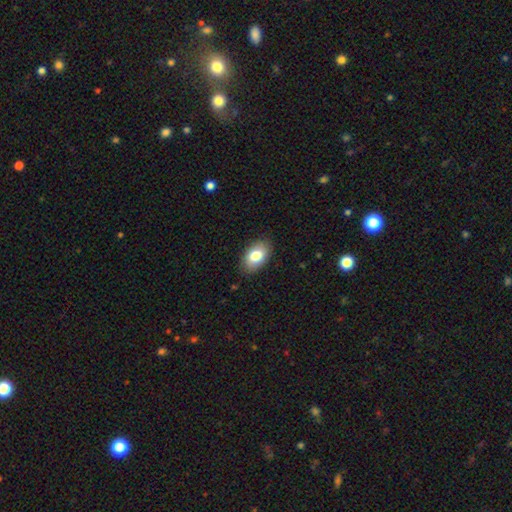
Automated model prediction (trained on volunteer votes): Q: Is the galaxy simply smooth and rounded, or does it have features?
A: smooth — 80%.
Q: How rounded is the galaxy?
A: in between — 92%.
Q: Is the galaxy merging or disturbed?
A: none — 86%.